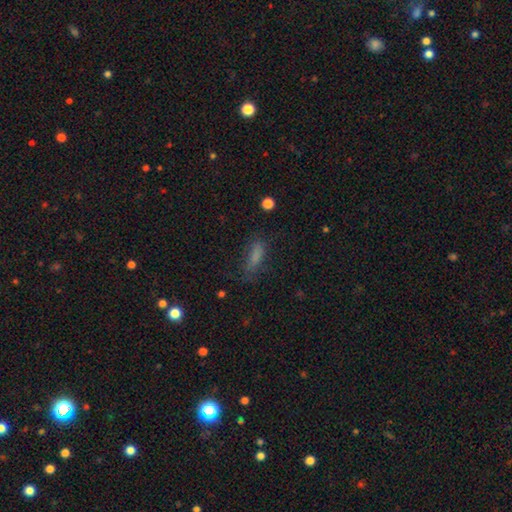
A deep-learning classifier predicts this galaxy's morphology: Smooth or featured?
  - smooth: 74% *
  - star or artifact: 14%
  - featured or disk: 12%
How rounded?
  - in between: 49% *
  - cigar-shaped: 47%
  - round: 3%
Merging?
  - none: 60% *
  - minor disturbance: 24%
  - major disturbance: 14%
  - merger: 2%